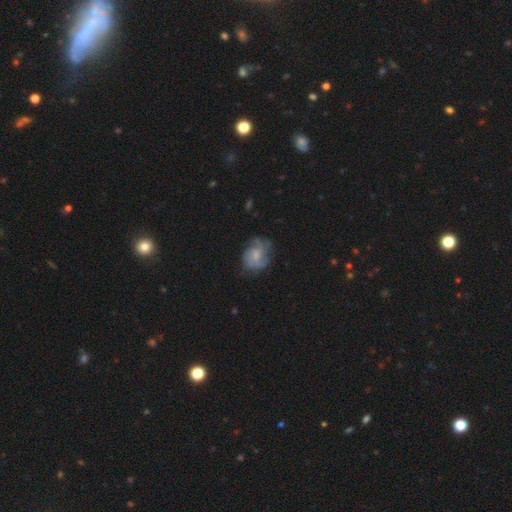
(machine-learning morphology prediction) Smooth or featured? Predicted: featured or disk (p=0.54). Edge-on disk? Predicted: no (p=0.98). Bar? Predicted: no (p=0.63). Spiral arms? Predicted: yes (p=0.73). Bulge size? Predicted: small (p=0.36). Merging? Predicted: none (p=0.56).